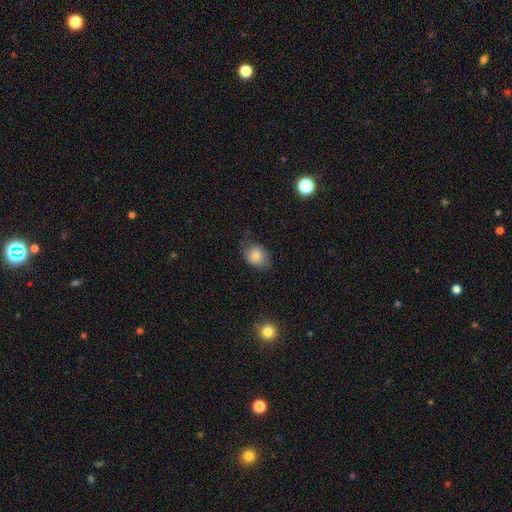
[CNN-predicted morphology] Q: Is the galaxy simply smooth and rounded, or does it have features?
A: smooth — 81%.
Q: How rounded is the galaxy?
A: in between — 52%.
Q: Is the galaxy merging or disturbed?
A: none — 66%.